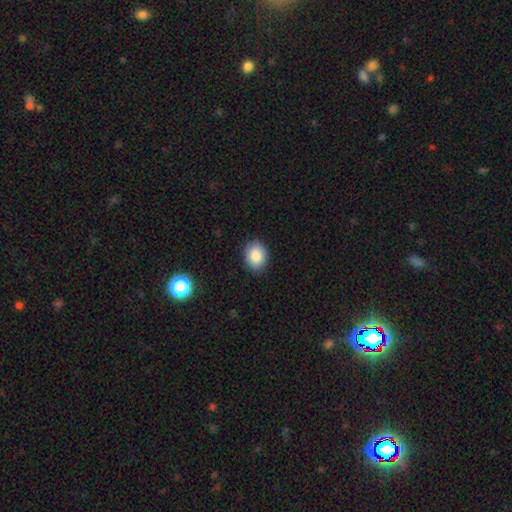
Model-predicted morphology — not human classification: Smooth or featured?
  - smooth: 87% *
  - star or artifact: 8%
  - featured or disk: 5%
How rounded?
  - in between: 57% *
  - round: 43%
  - cigar-shaped: 1%
Merging?
  - none: 88% *
  - minor disturbance: 9%
  - major disturbance: 2%
  - merger: 1%